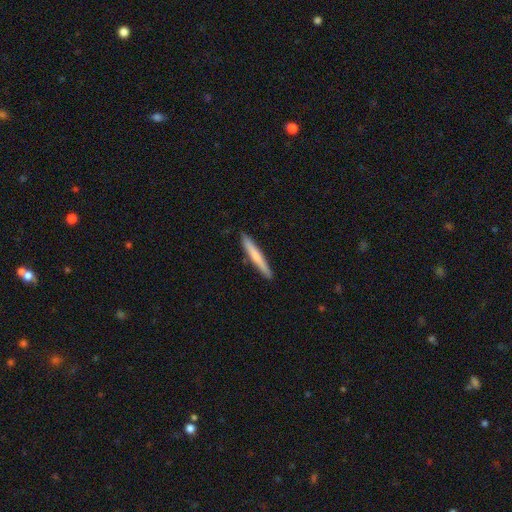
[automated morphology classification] This is likely a smooth galaxy (66%). How rounded: clearly cigar-shaped (96%). Merging: clearly none (90%).